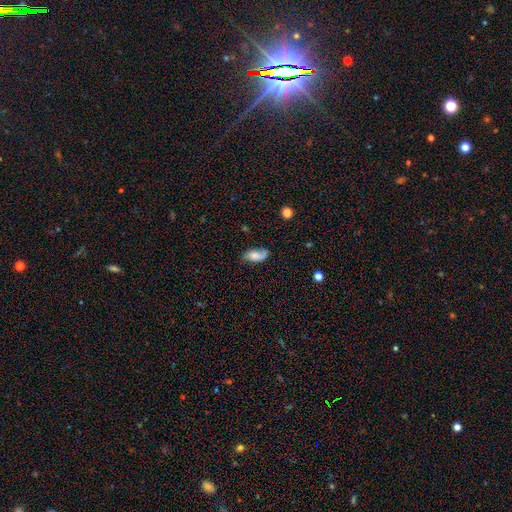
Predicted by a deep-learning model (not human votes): This is possibly a smooth galaxy (55%). How rounded: clearly in between (88%). Merging: possibly none (59%).